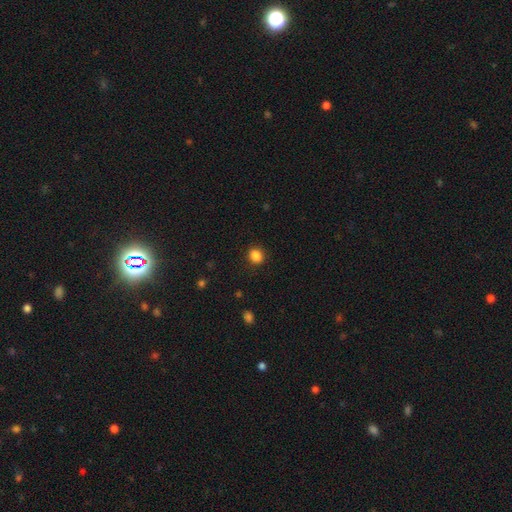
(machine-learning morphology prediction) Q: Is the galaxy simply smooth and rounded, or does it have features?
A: smooth — 86%.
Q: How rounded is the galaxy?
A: round — 73%.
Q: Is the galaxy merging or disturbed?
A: none — 89%.